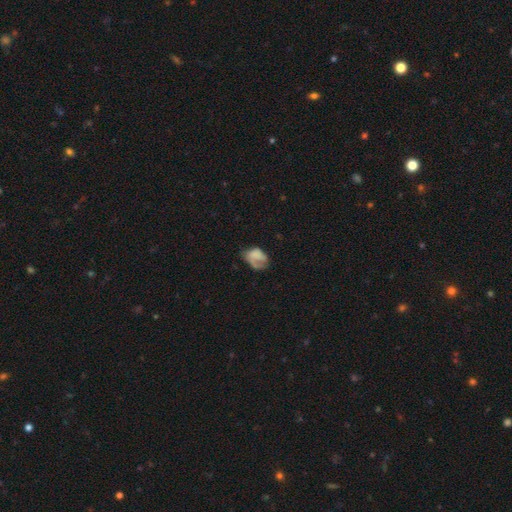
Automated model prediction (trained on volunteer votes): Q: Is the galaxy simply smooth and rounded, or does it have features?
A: smooth — 58%.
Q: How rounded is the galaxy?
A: in between — 77%.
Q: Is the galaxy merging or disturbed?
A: major disturbance — 35%.